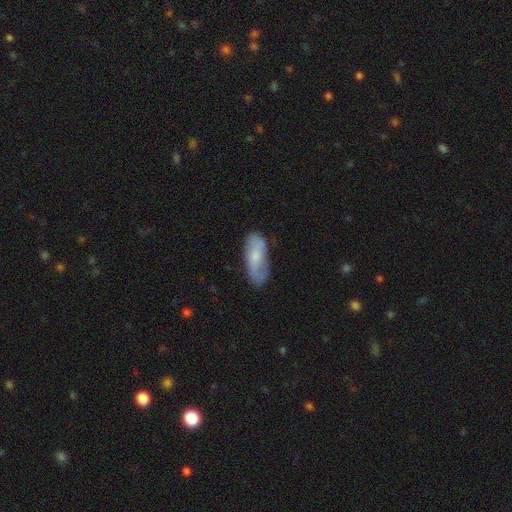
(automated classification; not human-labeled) Smooth or featured: smooth — 56% (featured or disk — 37%)
How rounded: in between — 79% (cigar-shaped — 19%)
Merging: none — 66% (minor disturbance — 24%)